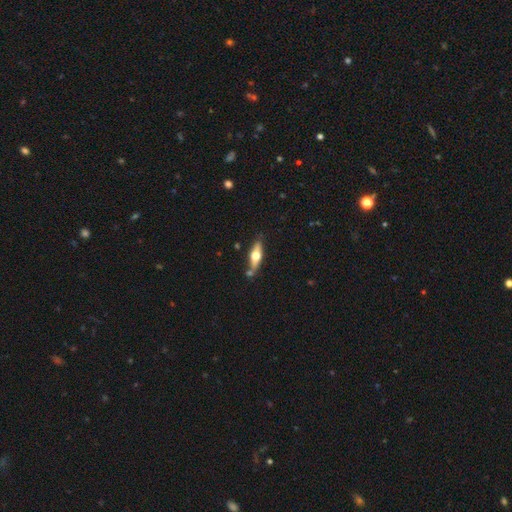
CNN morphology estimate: Smooth or featured? Predicted: featured or disk (p=0.56). Edge-on disk? Predicted: yes (p=0.90). Edge-on bulge? Predicted: rounded (p=0.95). Merging? Predicted: none (p=0.73).